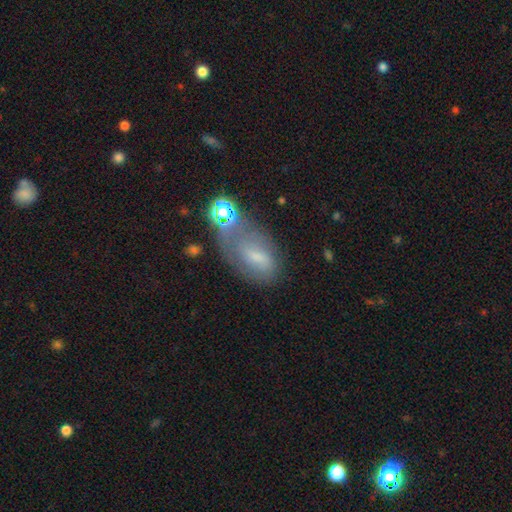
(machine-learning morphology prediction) type=smooth (48%); merging=none (39%).